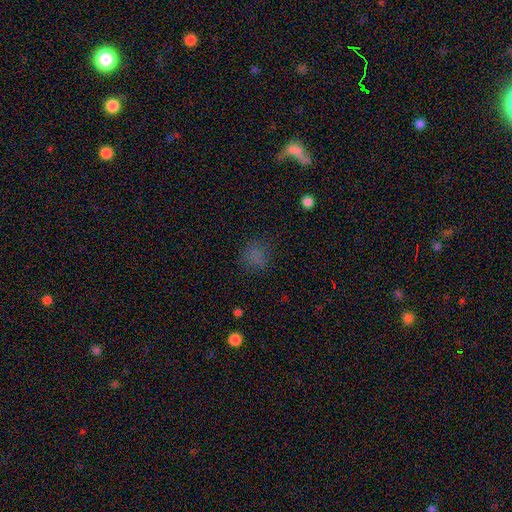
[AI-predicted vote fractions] Overall: smooth (70%). How rounded: round (77%). Merging: none (74%).